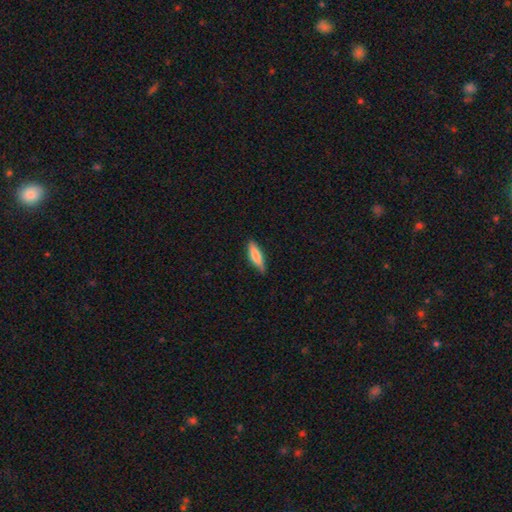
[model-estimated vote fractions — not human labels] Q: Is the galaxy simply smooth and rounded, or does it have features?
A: smooth — 73%.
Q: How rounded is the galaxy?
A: cigar-shaped — 64%.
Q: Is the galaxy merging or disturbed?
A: none — 82%.